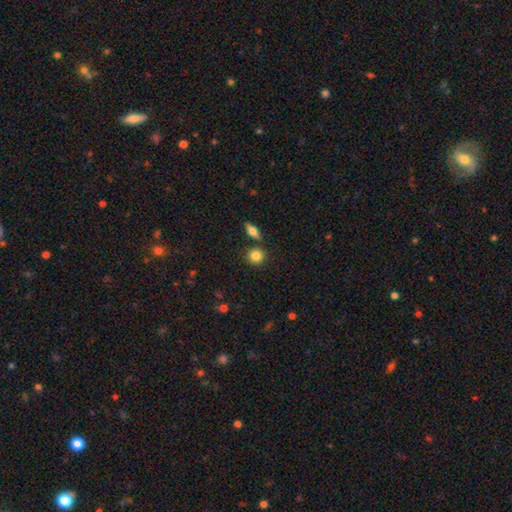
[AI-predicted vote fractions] Morphology: type=smooth (84%); roundness=round (85%); merging=none (79%).